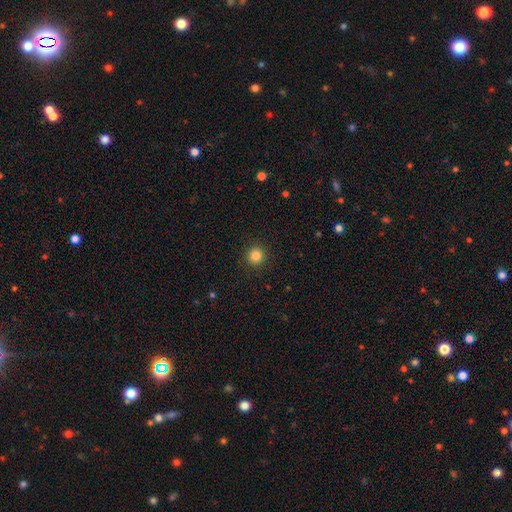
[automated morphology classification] A smooth galaxy with no disk features (84%) that is round (95%).

Vote fractions:
- Smooth or featured? smooth: 84% / star or artifact: 12% / featured or disk: 4%
- How rounded? round: 95% / in between: 4% / cigar-shaped: 1%
- Merging? none: 93% / minor disturbance: 5% / major disturbance: 2% / merger: 1%